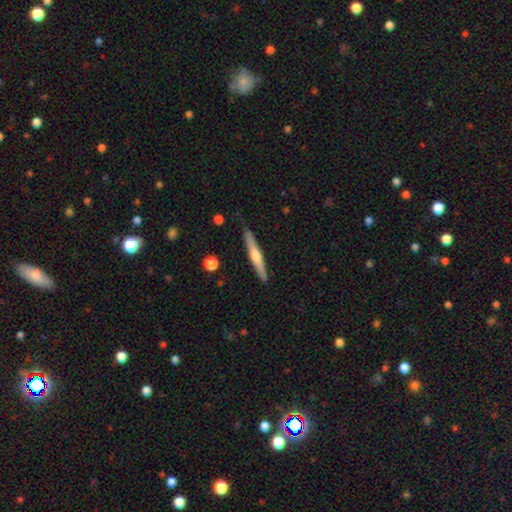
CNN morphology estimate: A featured or disk galaxy (59%) viewed edge-on (97%) with a rounded central bulge (84%). Merging: none (84%).